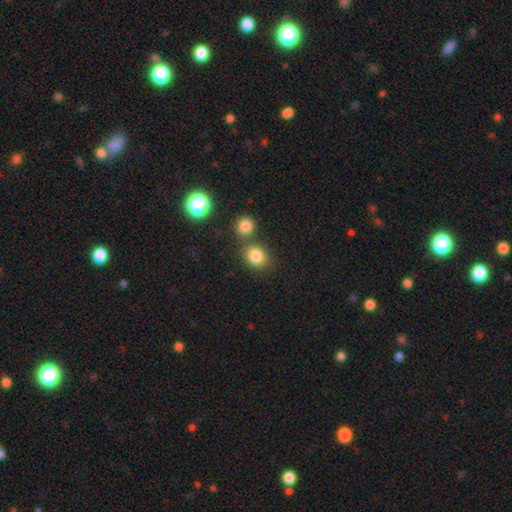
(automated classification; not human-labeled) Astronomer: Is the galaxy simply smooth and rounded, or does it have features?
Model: smooth — 82%.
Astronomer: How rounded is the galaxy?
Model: round — 57% (runner-up: in between, 42%).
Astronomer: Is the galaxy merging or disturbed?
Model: none — 61%.